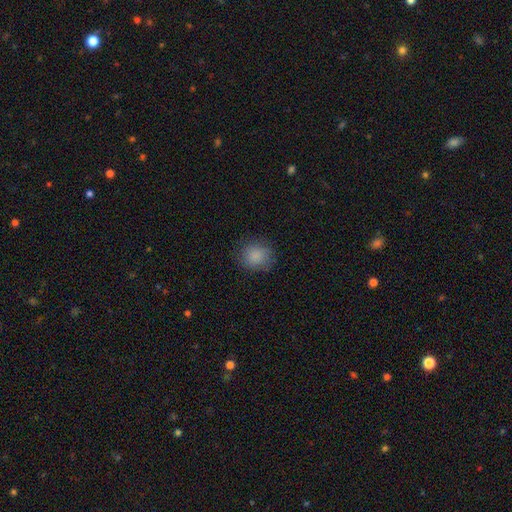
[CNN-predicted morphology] smooth_or_featured: smooth (p=0.86) [alt: star or artifact p=0.09]
how_rounded: round (p=0.82) [alt: in between p=0.17]
merging: none (p=0.81) [alt: minor disturbance p=0.13]